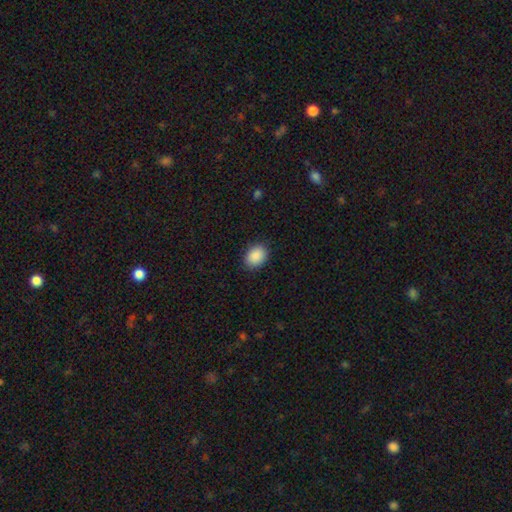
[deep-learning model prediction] smooth-or-featured: smooth: 90% | star or artifact: 7% | featured or disk: 3%
  how-rounded: in between: 66% | round: 33% | cigar-shaped: 1%
  merging: none: 88% | minor disturbance: 9% | major disturbance: 2% | merger: 1%